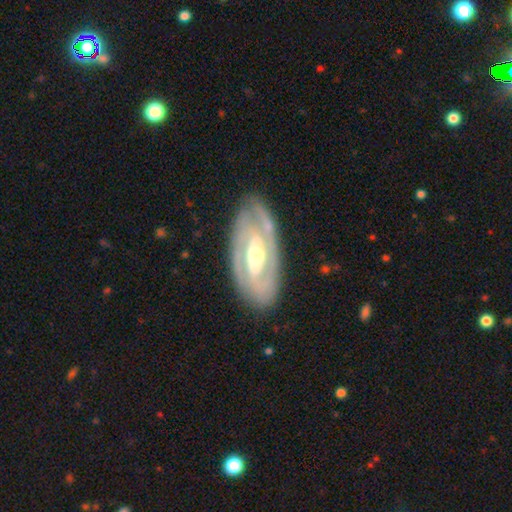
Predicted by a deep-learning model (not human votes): Overall: featured or disk (85%). Edge-on disk: no (93%). Bar: weak (37%; strong 33%). Spiral arms: yes (85%). Spiral arm count: 2 (69%). Spiral winding: tight (61%; medium 31%). Bulge size: moderate (67%). Merging: none (80%).